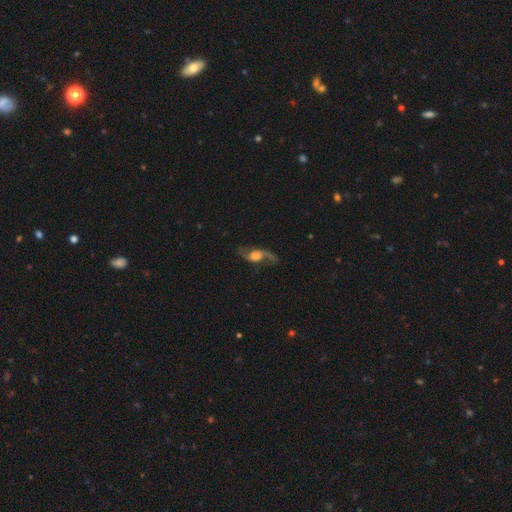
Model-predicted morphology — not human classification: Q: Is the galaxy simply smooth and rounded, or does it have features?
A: featured or disk — 79%.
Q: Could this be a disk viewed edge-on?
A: no — 89%.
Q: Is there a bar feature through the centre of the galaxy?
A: no — 57%.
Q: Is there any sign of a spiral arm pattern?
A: yes — 93%.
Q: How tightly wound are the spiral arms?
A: loose — 84%.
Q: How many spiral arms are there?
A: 2 — 90%.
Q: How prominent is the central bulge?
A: large — 45%.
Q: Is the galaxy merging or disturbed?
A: none — 68%.